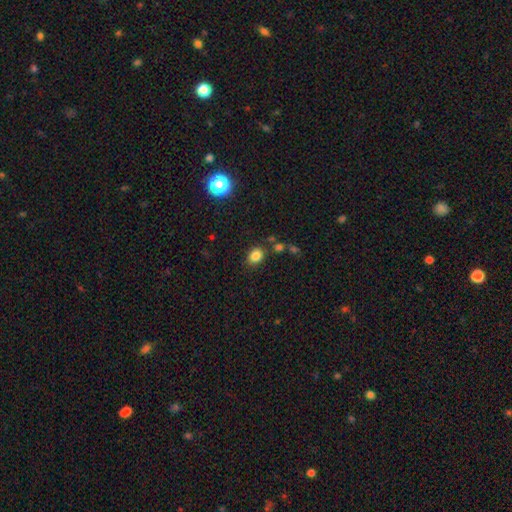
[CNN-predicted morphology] type=smooth (83%); roundness=in between (59%); merging=none (78%).